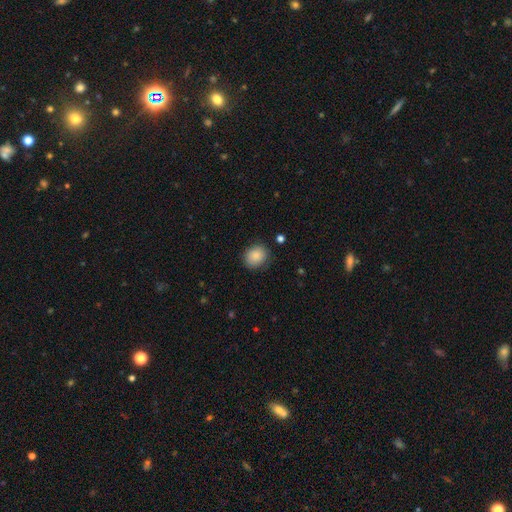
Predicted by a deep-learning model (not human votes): This is clearly a smooth galaxy (87%). How rounded: likely round (66%). Merging: clearly none (82%).